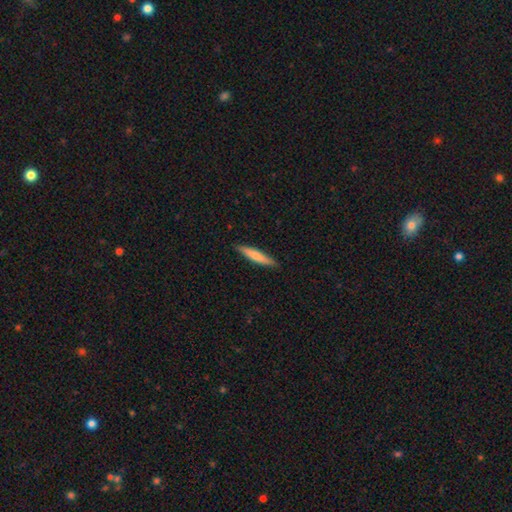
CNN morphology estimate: The model was most divided on "smooth or featured": smooth: 70%, featured or disk: 25%, star or artifact: 5%. More confident: how rounded — cigar-shaped (90%); merging — none (89%).